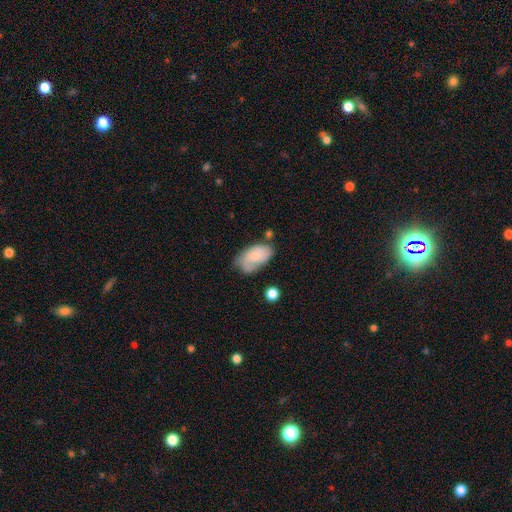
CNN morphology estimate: A smooth galaxy with no disk features (66%) that is in between round and cigar-shaped (93%).

Vote fractions:
- Smooth or featured? smooth: 66% / featured or disk: 26% / star or artifact: 8%
- How rounded? in between: 93% / round: 5% / cigar-shaped: 2%
- Merging? none: 45% / minor disturbance: 32% / major disturbance: 14% / merger: 8%